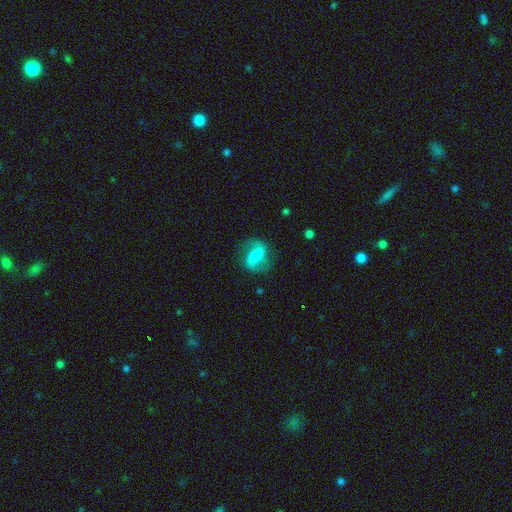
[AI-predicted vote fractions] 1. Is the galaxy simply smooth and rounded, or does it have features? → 63% featured or disk, 30% smooth, 7% star or artifact.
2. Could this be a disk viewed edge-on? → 95% no, 5% yes.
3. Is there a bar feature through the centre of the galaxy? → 37% weak (tied), 37% strong (tied), 26% no.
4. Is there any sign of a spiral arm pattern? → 89% yes, 11% no.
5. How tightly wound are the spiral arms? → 50% loose, 37% medium, 13% tight.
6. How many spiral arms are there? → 89% 2, 5% can't tell, 4% 1, 1% 3, 1% 4, 1% more than 4.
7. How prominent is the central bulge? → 46% moderate, 32% small, 12% large, 8% none, 2% dominant.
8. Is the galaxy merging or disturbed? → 75% none, 16% minor disturbance, 8% major disturbance, 1% merger.